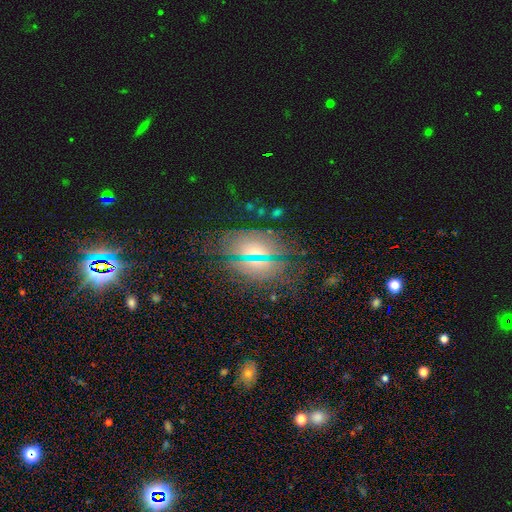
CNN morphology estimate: smooth-or-featured: smooth: 39% | featured or disk: 32% | star or artifact: 30%
  merging: none: 70% | minor disturbance: 18% | major disturbance: 8% | merger: 4%